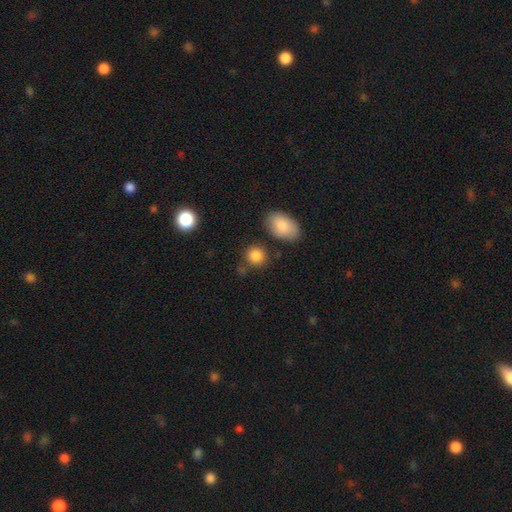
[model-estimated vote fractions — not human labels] This is clearly a smooth galaxy (86%). How rounded: likely round (80%). Merging: likely none (75%).